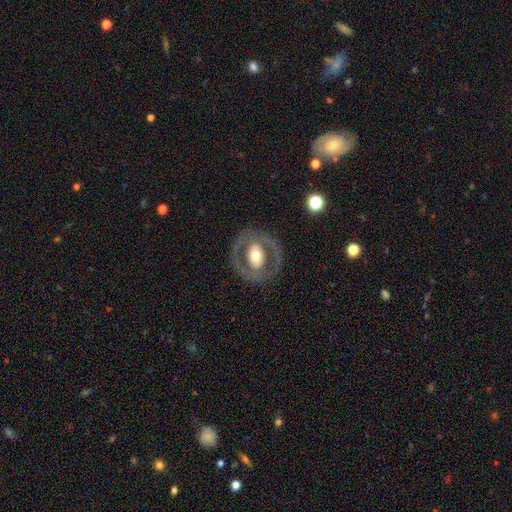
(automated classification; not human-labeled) Smooth or featured?
  - featured or disk: 65% *
  - smooth: 30%
  - star or artifact: 6%
Edge-on disk?
  - no: 94% *
  - yes: 6%
Bar?
  - no: 56% *
  - weak: 24%
  - strong: 20%
Spiral arms?
  - no: 72% *
  - yes: 28%
Bulge size?
  - moderate: 62% *
  - large: 27%
  - small: 8%
  - dominant: 2%
  - none: 1%
Merging?
  - none: 80% *
  - minor disturbance: 10%
  - major disturbance: 8%
  - merger: 1%